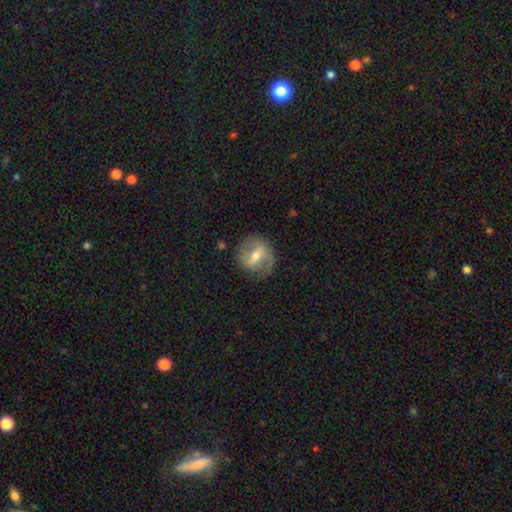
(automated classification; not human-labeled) smooth_or_featured: featured or disk (p=0.68) [alt: smooth p=0.25]
disk_edge_on: no (p=0.93) [alt: yes p=0.07]
bar: strong (p=0.51) [alt: weak p=0.37]
has_spiral_arms: yes (p=0.67) [alt: no p=0.33]
bulge_size: moderate (p=0.60) [alt: small p=0.33]
merging: none (p=0.74) [alt: minor disturbance p=0.16]